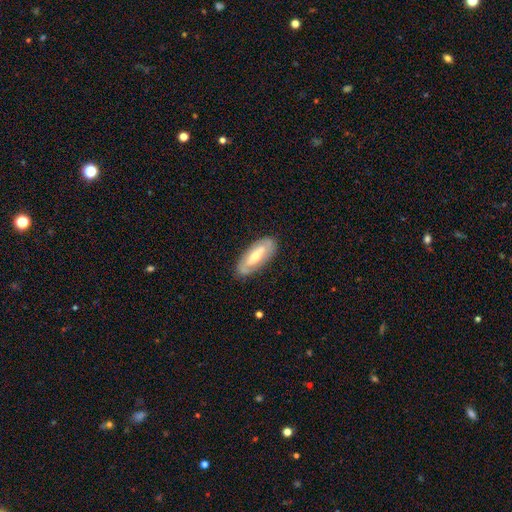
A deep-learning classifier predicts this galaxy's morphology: smooth_or_featured: featured or disk (p=0.56) [alt: smooth p=0.38]
disk_edge_on: no (p=0.82) [alt: yes p=0.18]
merging: none (p=0.82) [alt: minor disturbance p=0.13]